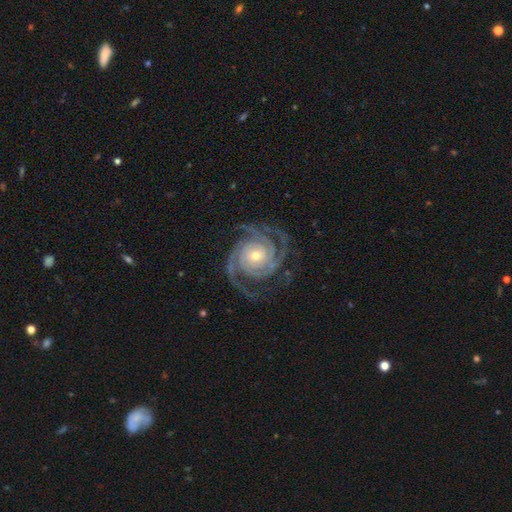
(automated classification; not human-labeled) The model was most divided on "spiral arm count": 3: 38%, 2: 28%, 4: 14%, can't tell: 8%, more than 4: 6%, 1: 6%. More confident: spiral arms — yes (99%); edge-on disk — no (98%); smooth or featured — featured or disk (94%); merging — none (78%); bar — no (73%); spiral winding — tight (71%); bulge size — small (57%).